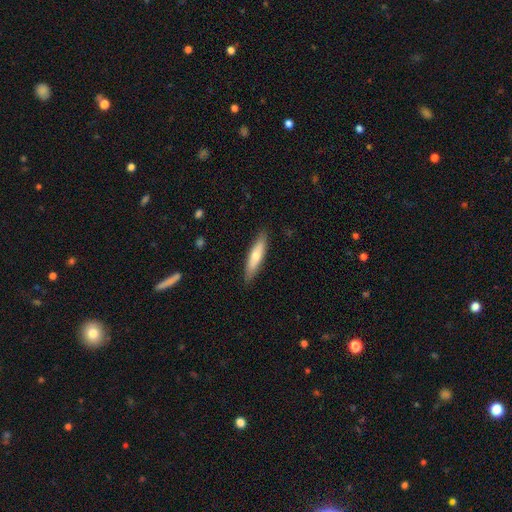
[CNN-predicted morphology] Overall: smooth (64%; featured or disk 31%). How rounded: cigar-shaped (78%). Merging: none (88%).